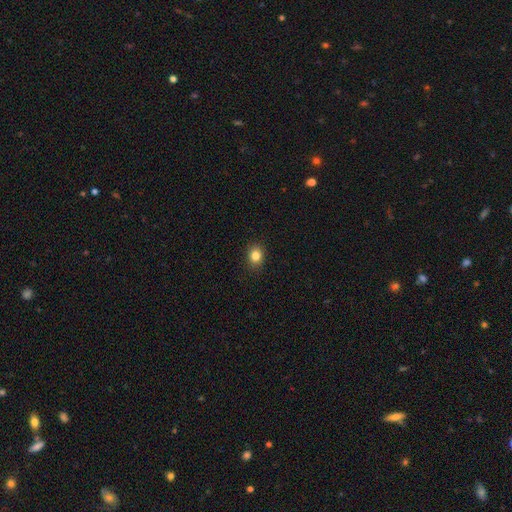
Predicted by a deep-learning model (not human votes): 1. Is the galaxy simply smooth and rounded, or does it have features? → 84% smooth, 11% star or artifact, 5% featured or disk.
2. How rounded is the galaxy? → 61% round, 38% in between, 1% cigar-shaped.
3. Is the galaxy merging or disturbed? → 90% none, 7% minor disturbance, 2% major disturbance, 1% merger.